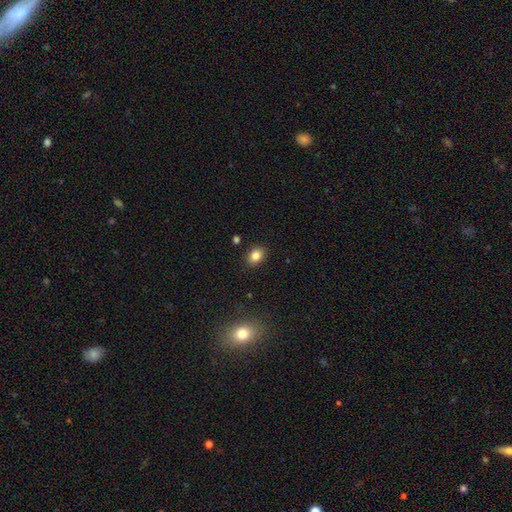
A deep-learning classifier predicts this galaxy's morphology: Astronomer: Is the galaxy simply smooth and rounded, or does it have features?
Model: smooth — 83%.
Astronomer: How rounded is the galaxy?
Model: in between — 64%.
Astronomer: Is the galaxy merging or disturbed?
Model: none — 87%.